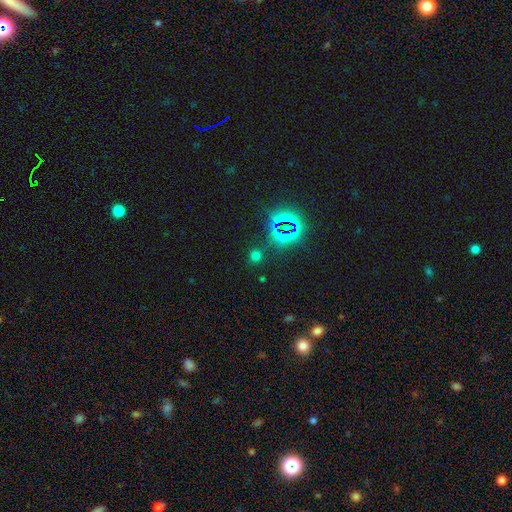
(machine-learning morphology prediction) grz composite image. It shows a smooth galaxy with no disk features (51%) that is round (86%). Merging: none (80%).